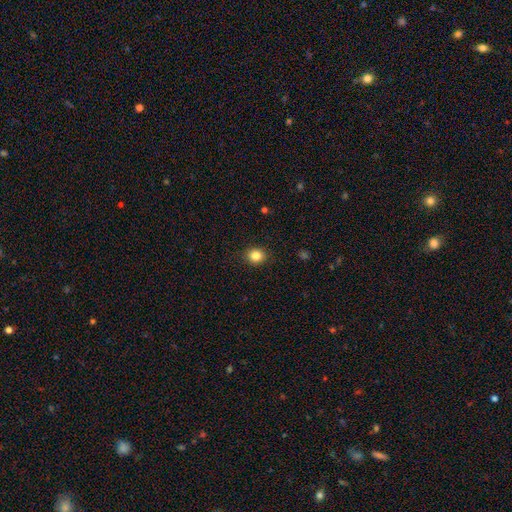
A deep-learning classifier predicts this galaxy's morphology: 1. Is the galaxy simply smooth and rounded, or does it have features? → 84% smooth, 10% star or artifact, 5% featured or disk.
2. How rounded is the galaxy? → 68% round, 31% in between, 1% cigar-shaped.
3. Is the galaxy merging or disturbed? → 90% none, 7% minor disturbance, 2% major disturbance, 1% merger.